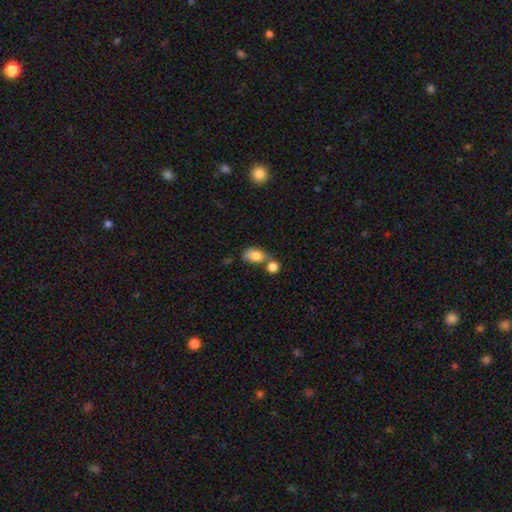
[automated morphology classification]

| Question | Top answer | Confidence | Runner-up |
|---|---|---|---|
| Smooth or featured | smooth | 80% | featured or disk (12%) |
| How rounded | in between | 77% | round (21%) |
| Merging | merger | 47% | none (28%) |